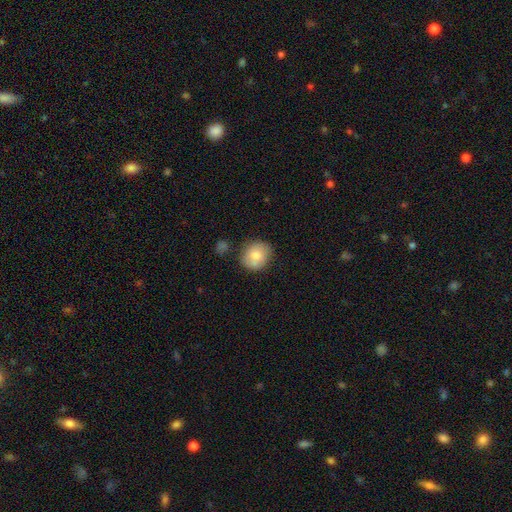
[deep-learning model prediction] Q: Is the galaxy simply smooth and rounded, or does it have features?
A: smooth — 78%.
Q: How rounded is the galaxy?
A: round — 75%.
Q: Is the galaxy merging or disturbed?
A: none — 74%.